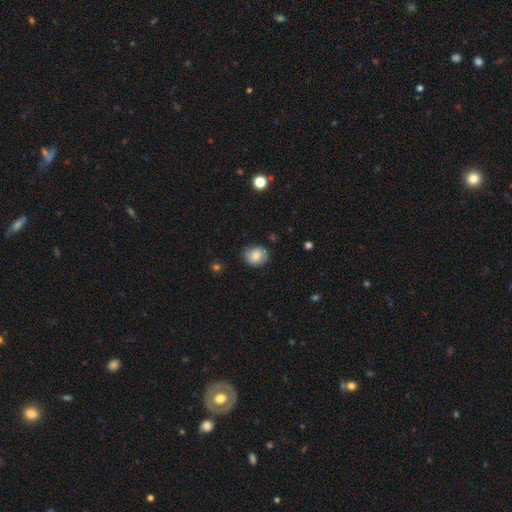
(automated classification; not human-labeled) This appears to be a smooth galaxy with no disk features (79%) that is round (71%). Merging: none (81%).